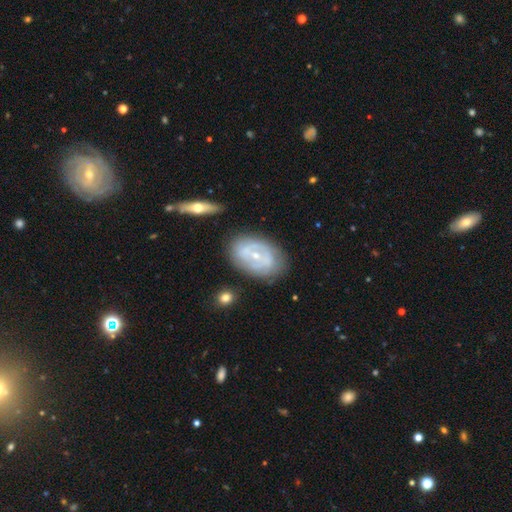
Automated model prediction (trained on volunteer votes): Overall: featured or disk (73%). Edge-on disk: no (94%). Bar: no (58%; weak 31%). Spiral arms: yes (62%; no 38%). Bulge size: small (64%; moderate 32%). Merging: none (71%).